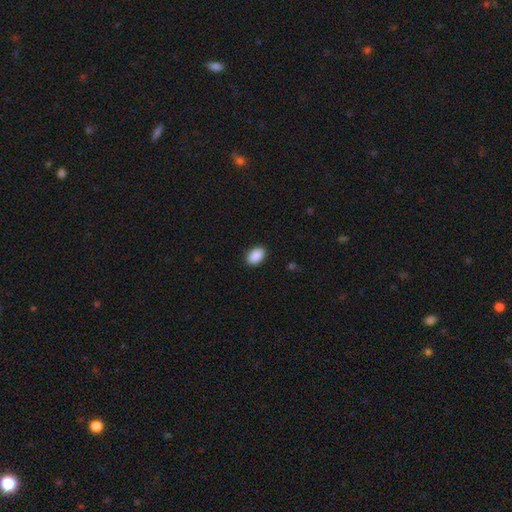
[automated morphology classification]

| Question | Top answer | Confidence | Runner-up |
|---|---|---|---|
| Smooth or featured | smooth | 91% | star or artifact (7%) |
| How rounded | in between | 88% | round (10%) |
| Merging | none | 89% | minor disturbance (8%) |